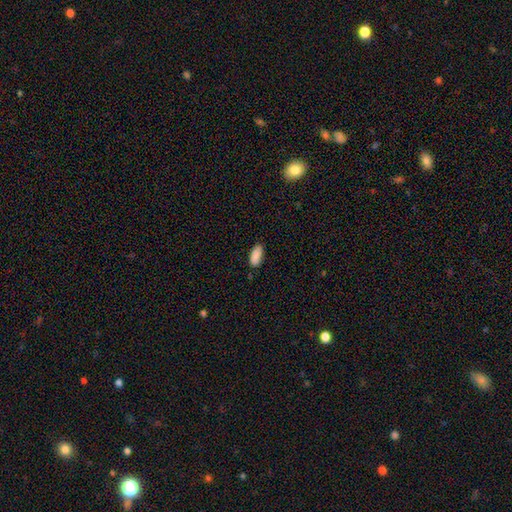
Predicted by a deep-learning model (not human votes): Smooth or featured? Predicted: smooth (p=0.89). How rounded? Predicted: in between (p=0.87). Merging? Predicted: none (p=0.81).